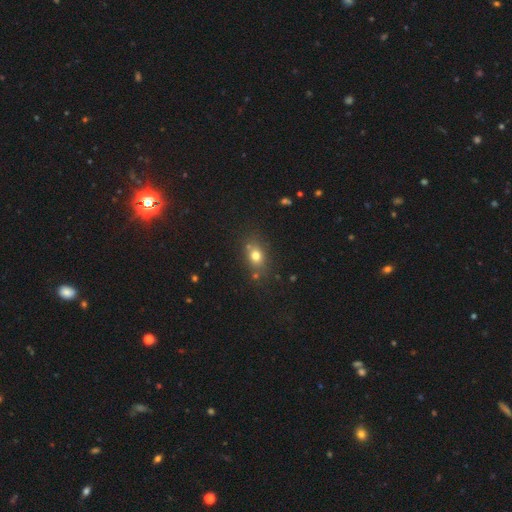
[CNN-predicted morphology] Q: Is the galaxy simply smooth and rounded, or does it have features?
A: smooth — 74%.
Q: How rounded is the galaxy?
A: in between — 55%.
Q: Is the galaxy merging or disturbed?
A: none — 74%.